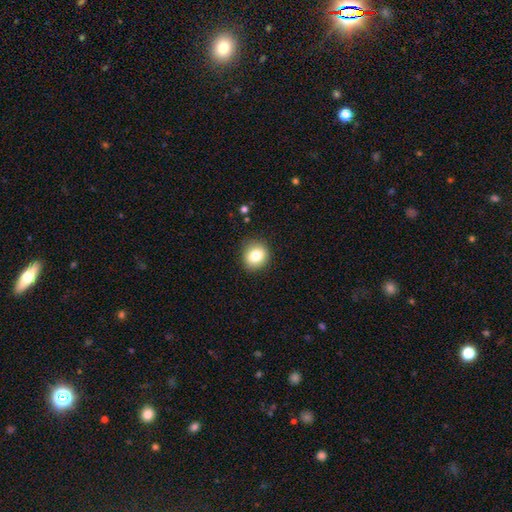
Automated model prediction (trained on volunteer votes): Smooth or featured? Predicted: smooth (p=0.81). How rounded? Predicted: round (p=0.80). Merging? Predicted: none (p=0.88).